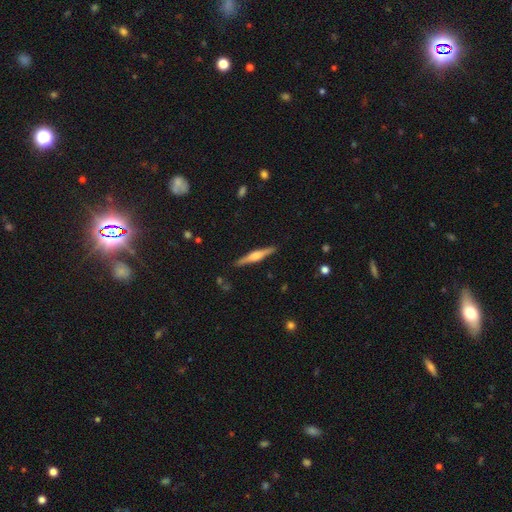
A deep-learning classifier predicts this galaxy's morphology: This appears to be a featured or disk galaxy (67%) viewed edge-on (98%) with a rounded central bulge (75%). Merging: none (90%).